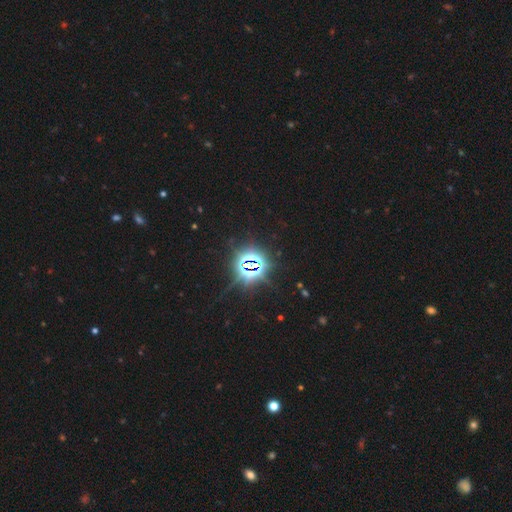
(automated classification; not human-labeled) A star or artifact, not a galaxy (85%).